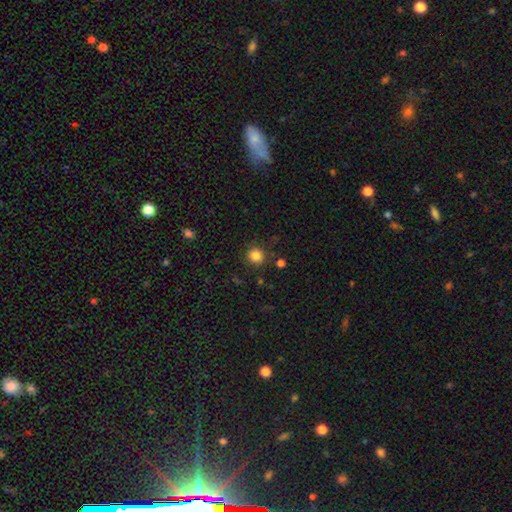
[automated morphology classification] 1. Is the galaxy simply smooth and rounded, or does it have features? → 83% smooth, 12% star or artifact, 5% featured or disk.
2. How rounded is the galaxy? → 91% round, 8% in between, 1% cigar-shaped.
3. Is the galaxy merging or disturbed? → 87% none, 8% minor disturbance, 3% major disturbance, 3% merger.